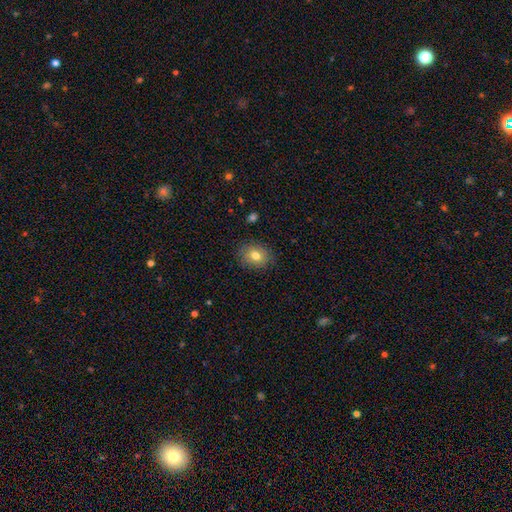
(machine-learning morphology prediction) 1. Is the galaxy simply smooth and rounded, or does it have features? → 78% smooth, 12% featured or disk, 10% star or artifact.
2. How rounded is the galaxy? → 54% round, 45% in between, 1% cigar-shaped.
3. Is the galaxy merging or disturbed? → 86% none, 10% minor disturbance, 3% major disturbance, 1% merger.